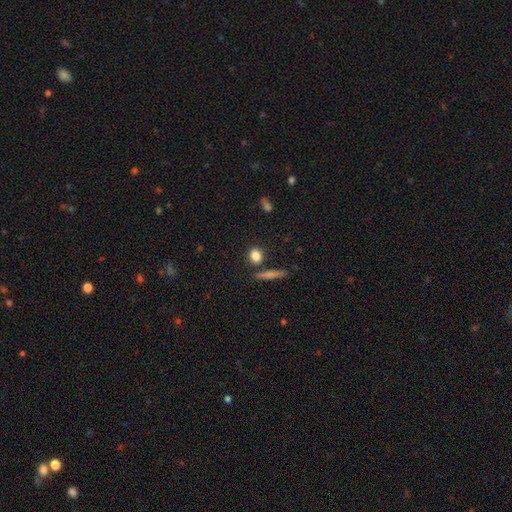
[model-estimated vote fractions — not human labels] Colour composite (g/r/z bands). It shows a smooth galaxy with no disk features (83%) that is round (59%). Merging: none (79%).